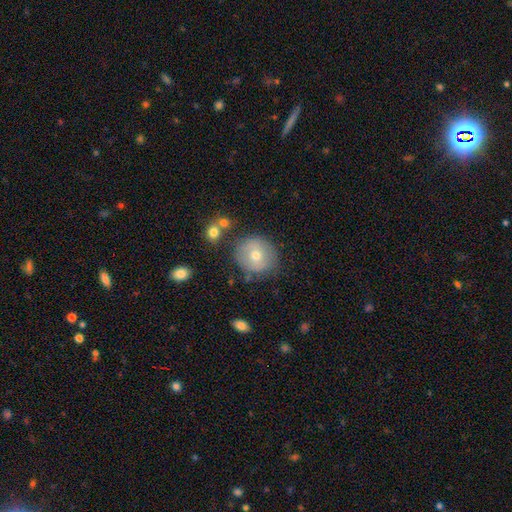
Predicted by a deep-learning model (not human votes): A smooth galaxy with no disk features (63%) that is round (89%). Merging: none (78%).